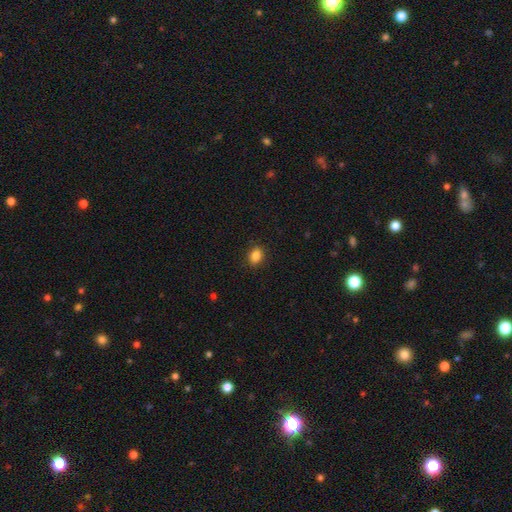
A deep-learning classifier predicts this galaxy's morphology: Smooth or featured?
  - smooth: 86% *
  - star or artifact: 10%
  - featured or disk: 4%
How rounded?
  - in between: 64% *
  - round: 35%
  - cigar-shaped: 2%
Merging?
  - none: 88% *
  - minor disturbance: 9%
  - major disturbance: 2%
  - merger: 1%